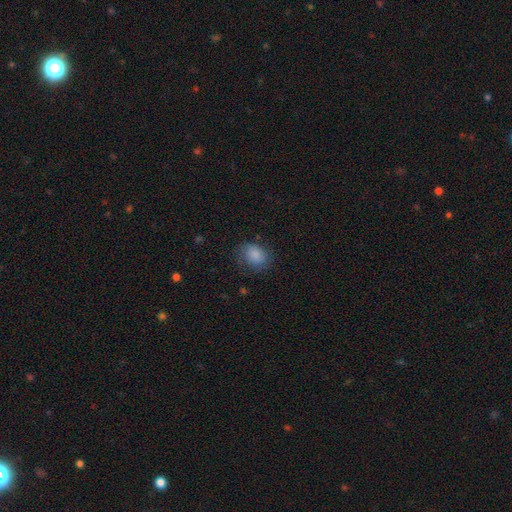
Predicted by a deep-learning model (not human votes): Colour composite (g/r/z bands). It shows a smooth galaxy with no disk features (85%) that is in between round and cigar-shaped (59%). Merging: none (70%).